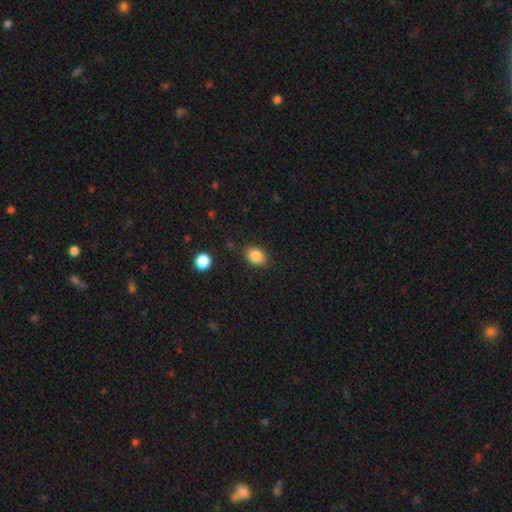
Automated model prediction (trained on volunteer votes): A smooth galaxy with no disk features (86%) that is in between round and cigar-shaped (60%). Merging: none (82%).